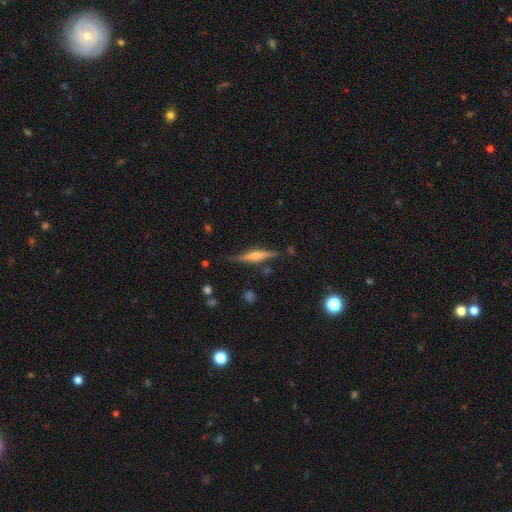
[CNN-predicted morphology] This appears to be a featured or disk galaxy (76%) viewed edge-on (97%) with a rounded central bulge (83%). Merging: none (84%).